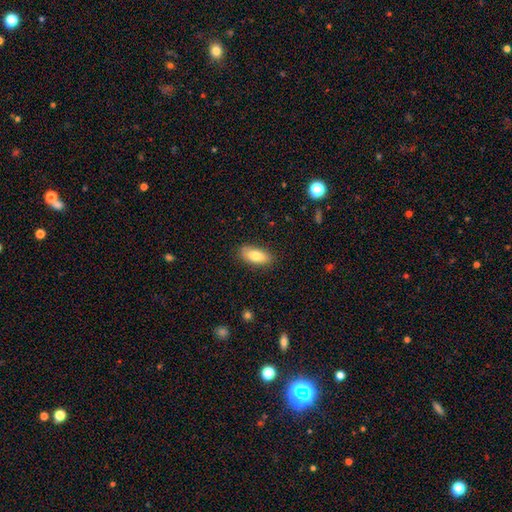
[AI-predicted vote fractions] Smooth or featured?
  - smooth: 80% *
  - featured or disk: 13%
  - star or artifact: 7%
How rounded?
  - in between: 84% *
  - cigar-shaped: 13%
  - round: 3%
Merging?
  - none: 84% *
  - minor disturbance: 12%
  - major disturbance: 3%
  - merger: 1%